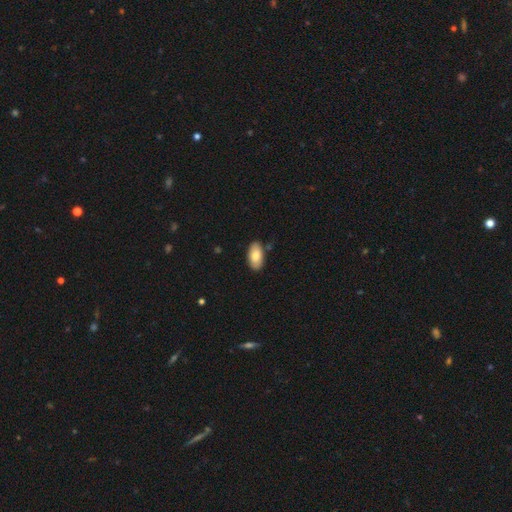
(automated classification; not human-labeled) A smooth galaxy with no disk features (82%) that is in between round and cigar-shaped (95%). Merging: none (84%).